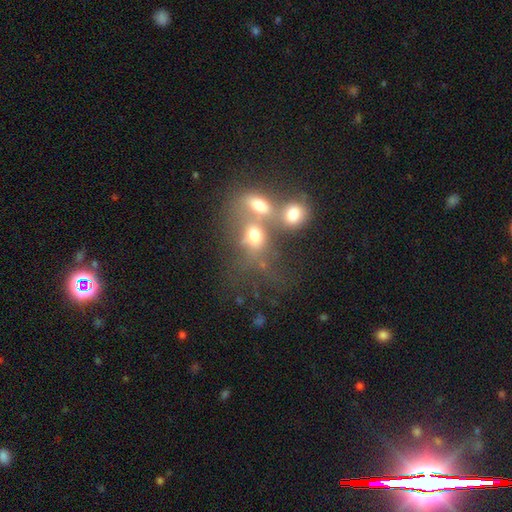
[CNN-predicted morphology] Smooth or featured? Predicted: smooth (p=0.40). Merging? Predicted: merger (p=0.66).